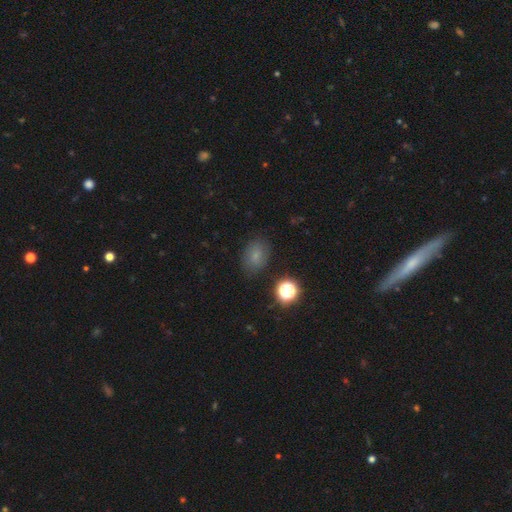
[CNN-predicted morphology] smooth-or-featured: smooth: 72% | star or artifact: 17% | featured or disk: 11%
  how-rounded: in between: 64% | round: 35% | cigar-shaped: 1%
  merging: none: 79% | minor disturbance: 15% | major disturbance: 4% | merger: 2%